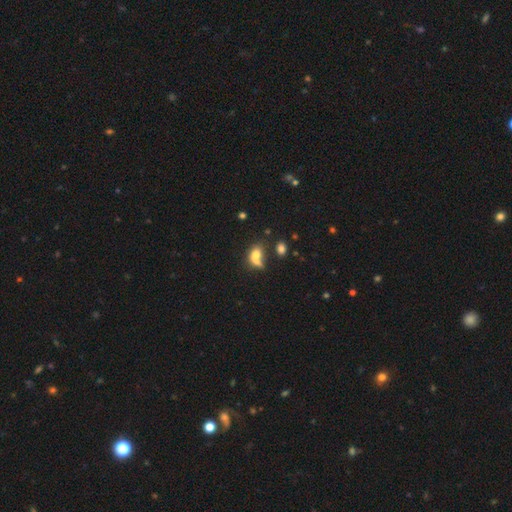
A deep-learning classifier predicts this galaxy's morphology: The model was most divided on "merging": merger: 42%, none: 29%, major disturbance: 15%, minor disturbance: 14%. More confident: smooth or featured — smooth (70%); how rounded — in between (69%).